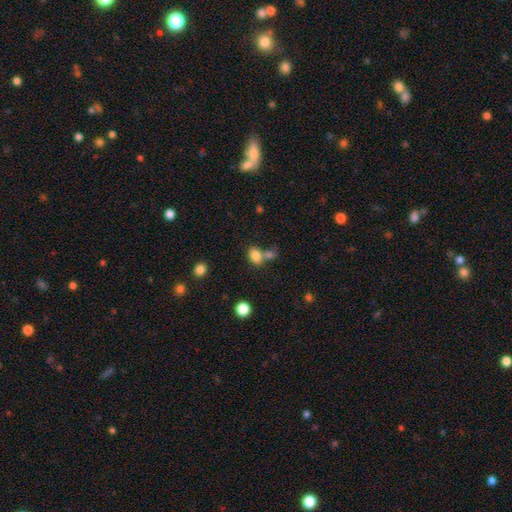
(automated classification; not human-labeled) A smooth galaxy with no disk features (81%) that is in between round and cigar-shaped (78%).

Vote fractions:
- Smooth or featured? smooth: 81% / star or artifact: 11% / featured or disk: 8%
- How rounded? in between: 78% / round: 21% / cigar-shaped: 1%
- Merging? none: 46% / merger: 39% / minor disturbance: 11% / major disturbance: 5%